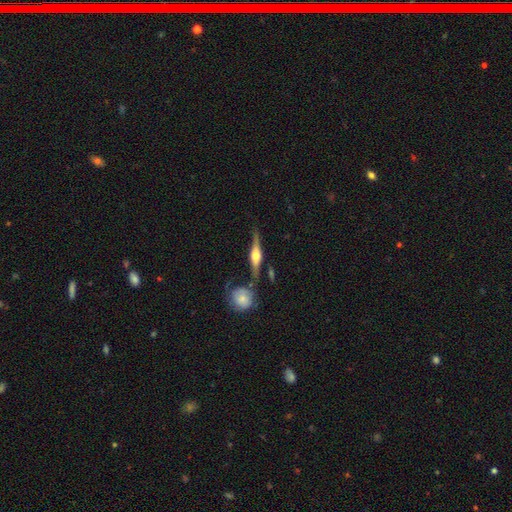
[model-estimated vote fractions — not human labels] Smooth or featured? featured or disk (76%)
Edge-on disk? yes (96%)
Edge-on bulge? rounded (90%)
Merging? none (76%)